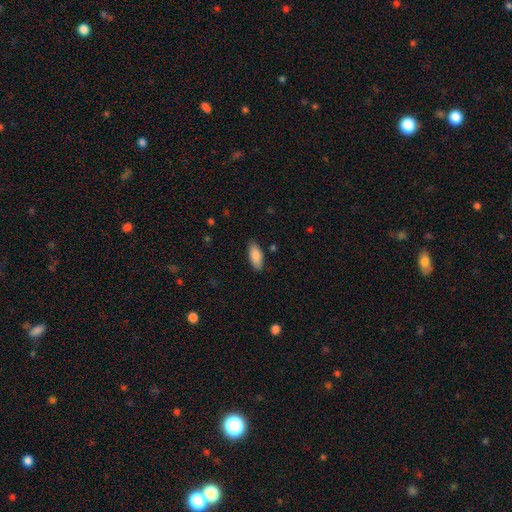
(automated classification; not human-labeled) Smooth or featured: smooth — 88% (featured or disk — 6%)
How rounded: in between — 84% (cigar-shaped — 14%)
Merging: none — 86% (minor disturbance — 11%)